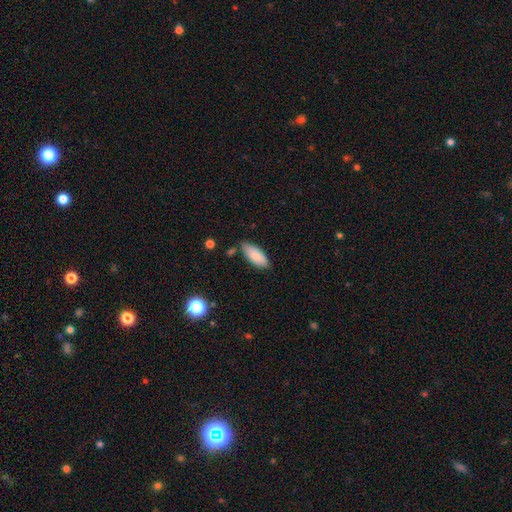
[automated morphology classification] This appears to be a smooth galaxy with no disk features (85%) that is in between round and cigar-shaped (81%). Merging: none (76%).